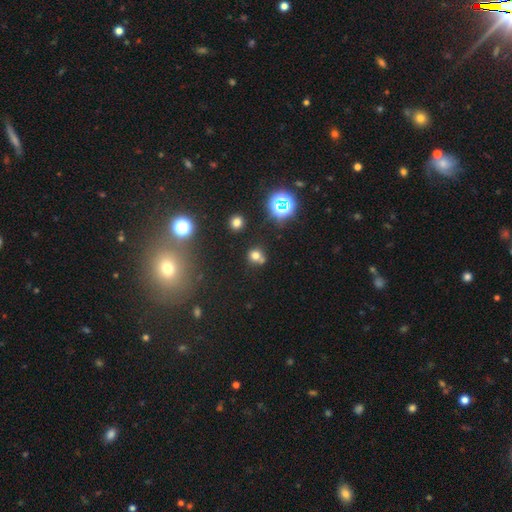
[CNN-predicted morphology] This appears to be a smooth galaxy with no disk features (65%) that is round (81%). Merging: none (56%).